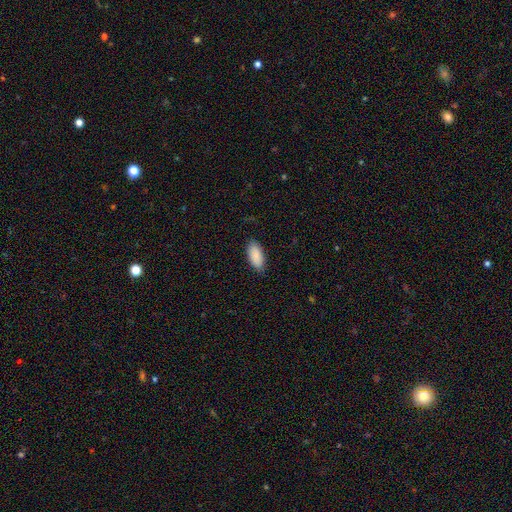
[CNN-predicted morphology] Smooth or featured? smooth (89%)
How rounded? in between (90%)
Merging? none (85%)